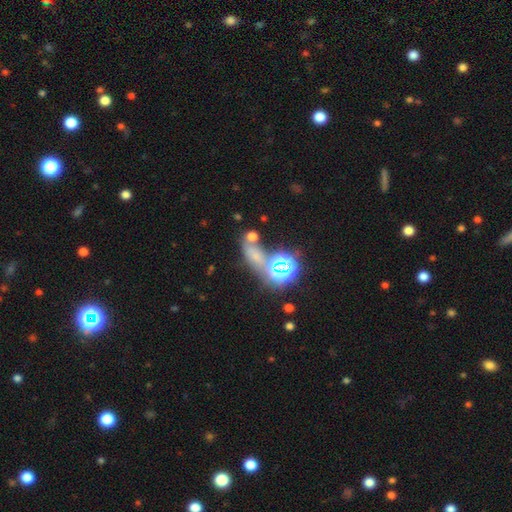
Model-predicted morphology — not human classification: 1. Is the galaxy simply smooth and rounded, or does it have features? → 43% smooth (tied), 43% star or artifact (tied), 14% featured or disk.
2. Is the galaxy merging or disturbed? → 46% none, 27% merger, 15% minor disturbance, 11% major disturbance.